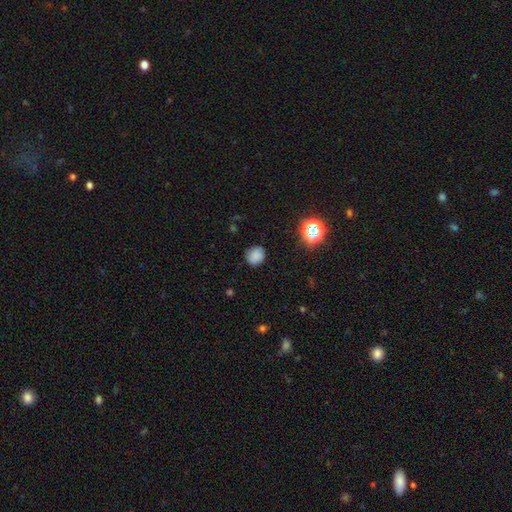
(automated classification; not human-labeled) smooth_or_featured: smooth (p=0.80) [alt: star or artifact p=0.14]
how_rounded: round (p=0.78) [alt: in between p=0.21]
merging: none (p=0.79) [alt: minor disturbance p=0.16]